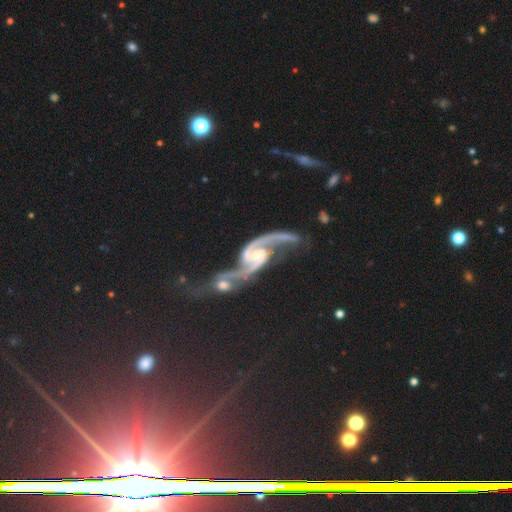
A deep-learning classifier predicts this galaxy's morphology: This appears to be a featured or disk galaxy (93%) with a weak bar (44%), 2 (93%) loose (46%) spiral arms (98%) and a small central bulge (60%). Merging: merger (58%).